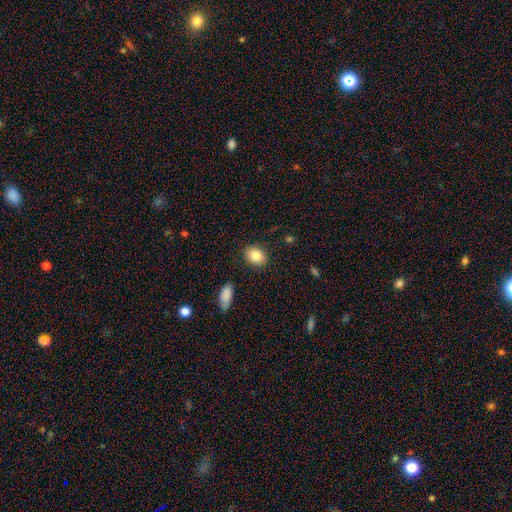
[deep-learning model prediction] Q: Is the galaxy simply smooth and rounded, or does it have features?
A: smooth — 85%.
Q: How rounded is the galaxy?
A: in between — 57%.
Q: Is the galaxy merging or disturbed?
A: none — 88%.